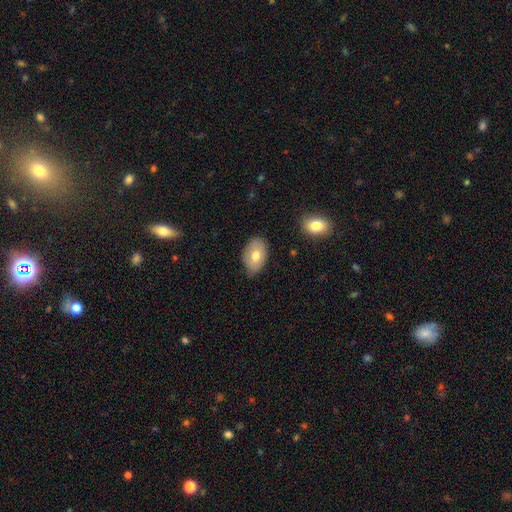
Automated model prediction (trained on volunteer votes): A smooth galaxy with no disk features (70%) that is in between round and cigar-shaped (88%).

Vote fractions:
- Smooth or featured? smooth: 70% / featured or disk: 23% / star or artifact: 7%
- How rounded? in between: 88% / round: 10% / cigar-shaped: 1%
- Merging? none: 69% / minor disturbance: 25% / major disturbance: 4% / merger: 2%